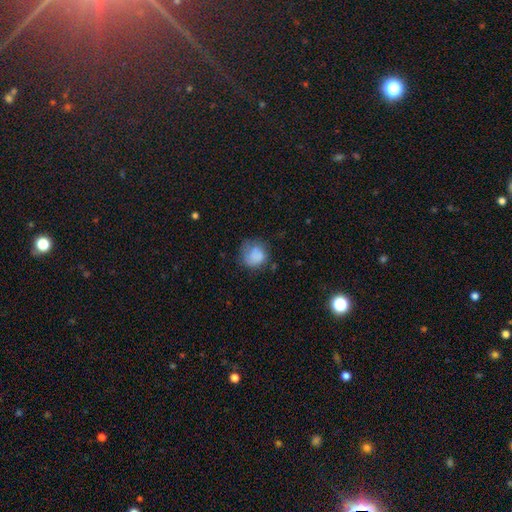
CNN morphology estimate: Smooth or featured: smooth — 80% (featured or disk — 11%)
How rounded: round — 77% (in between — 23%)
Merging: none — 50% (minor disturbance — 30%)